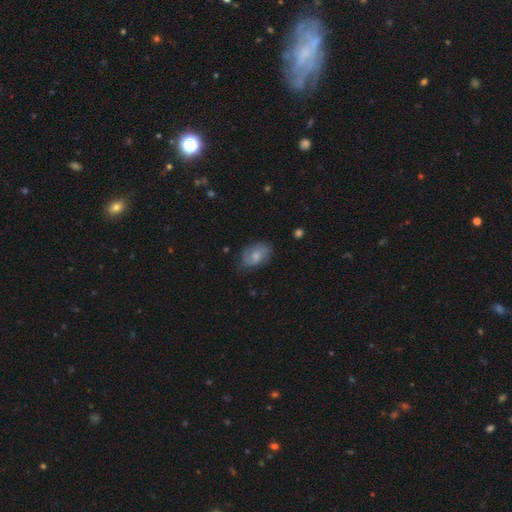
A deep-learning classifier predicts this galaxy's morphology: Smooth or featured? Predicted: smooth (p=0.54). How rounded? Predicted: in between (p=0.81). Merging? Predicted: none (p=0.68).